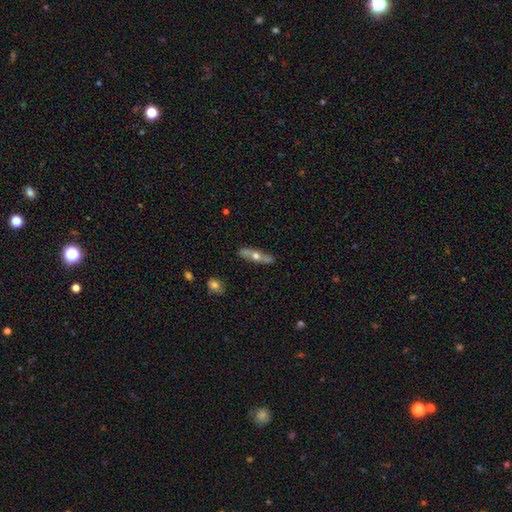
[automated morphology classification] This appears to be a featured or disk galaxy (56%) viewed edge-on (77%). Merging: none (84%).